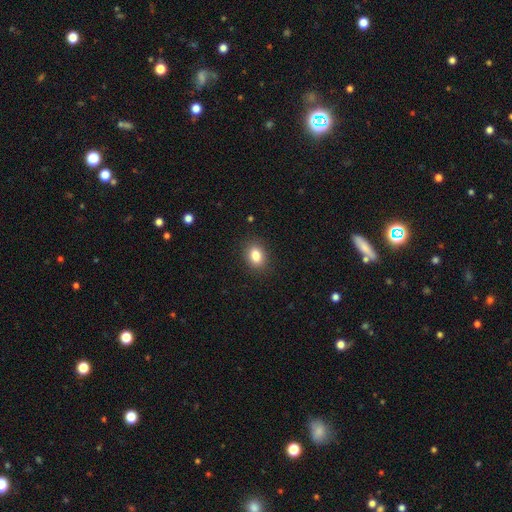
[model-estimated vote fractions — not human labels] The model was most divided on "how rounded": in between: 66%, round: 32%, cigar-shaped: 1%. More confident: merging — none (88%); smooth or featured — smooth (85%).